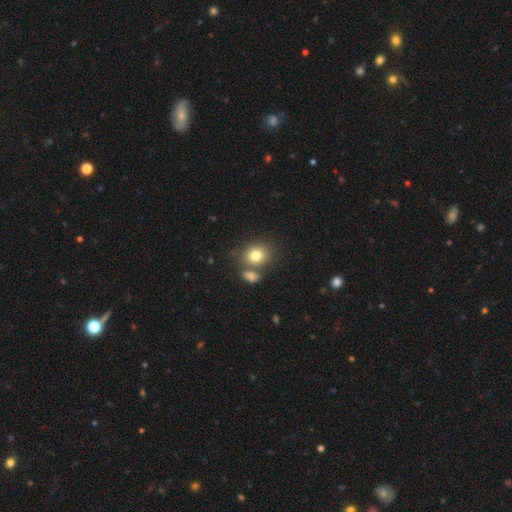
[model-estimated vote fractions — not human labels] This is likely a smooth galaxy (79%). How rounded: possibly round (59%). Merging: possibly none (59%).